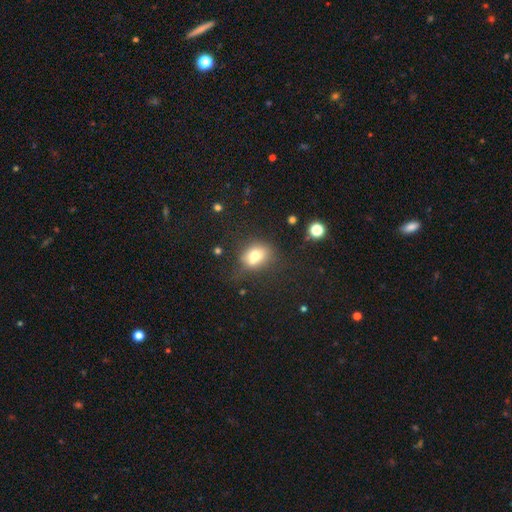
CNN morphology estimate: This appears to be a smooth galaxy with no disk features (69%) that is round (61%). Merging: none (50%).